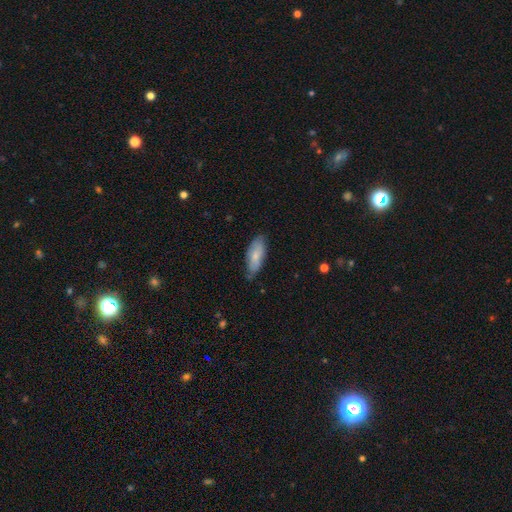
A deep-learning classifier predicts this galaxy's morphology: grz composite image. It shows a smooth galaxy with no disk features (73%) that is in between round and cigar-shaped (79%). Merging: none (70%).